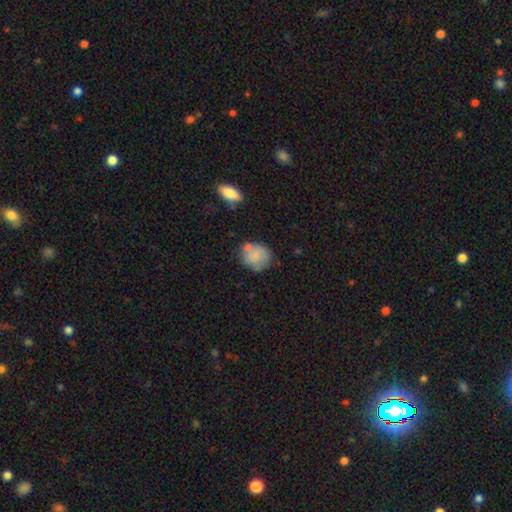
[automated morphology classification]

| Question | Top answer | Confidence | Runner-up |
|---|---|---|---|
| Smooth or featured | smooth | 78% | featured or disk (13%) |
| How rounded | round | 77% | in between (22%) |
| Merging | none | 60% | minor disturbance (21%) |